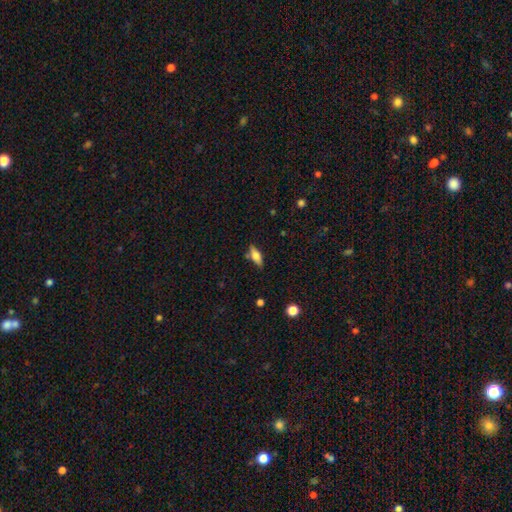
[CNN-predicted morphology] smooth-or-featured: smooth: 64% | featured or disk: 28% | star or artifact: 7%
  how-rounded: in between: 70% | cigar-shaped: 27% | round: 3%
  merging: none: 78% | minor disturbance: 15% | merger: 4% | major disturbance: 3%